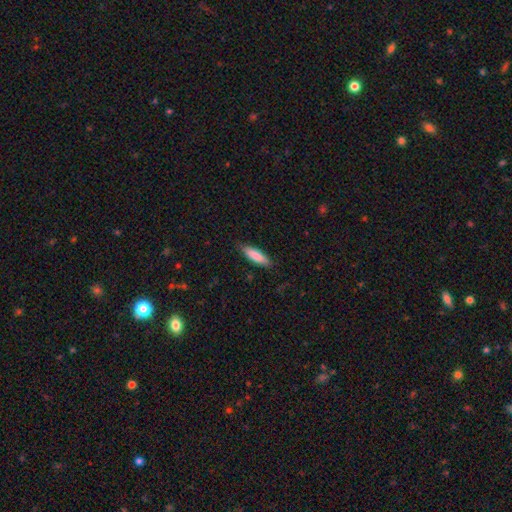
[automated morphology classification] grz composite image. It shows a smooth galaxy with no disk features (84%) that is cigar-shaped (65%). Merging: none (85%).